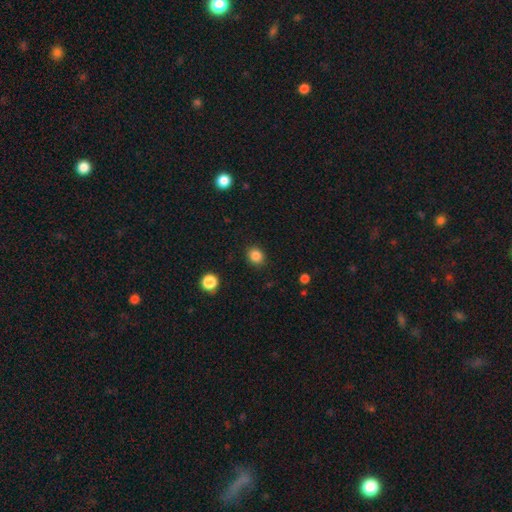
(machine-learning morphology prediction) This appears to be a smooth galaxy with no disk features (85%) that is round (75%). Merging: none (90%).